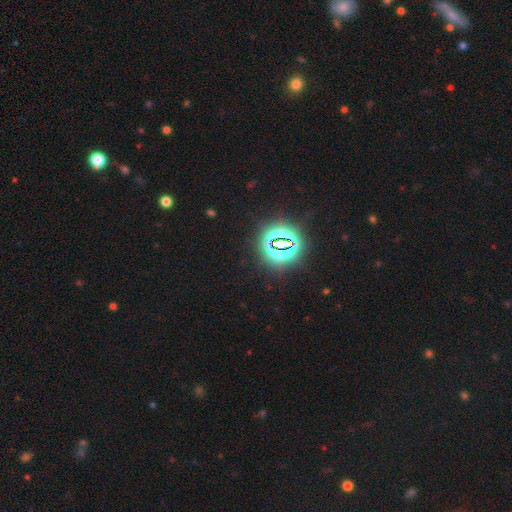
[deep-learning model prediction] Overall: star or artifact (82%).